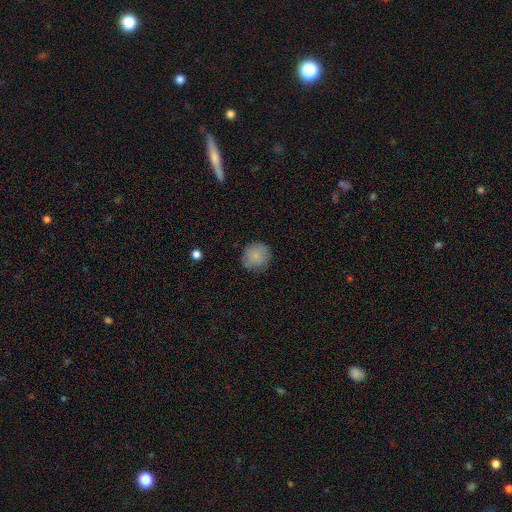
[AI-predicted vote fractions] This is likely a smooth galaxy (79%). How rounded: clearly round (89%). Merging: likely none (77%).